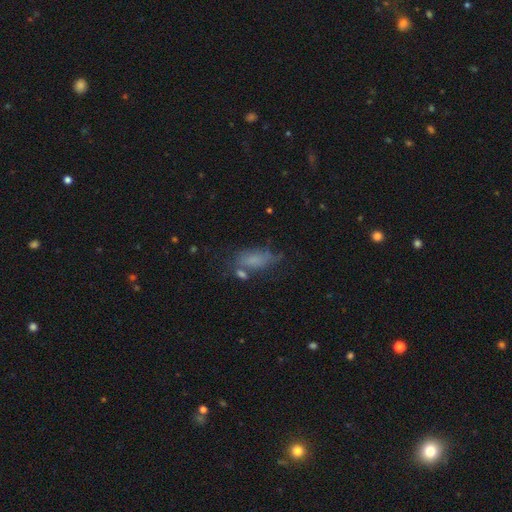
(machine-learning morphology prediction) A smooth galaxy with no disk features (54%) that is in between round and cigar-shaped (76%). Merging: none (56%).